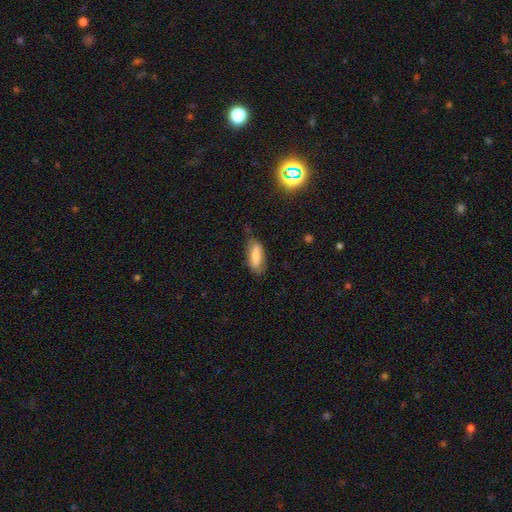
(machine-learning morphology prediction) smooth 80%, featured or disk 13%, star or artifact 8%. Down the decision tree: how rounded — in between (70%); merging — none (63%).